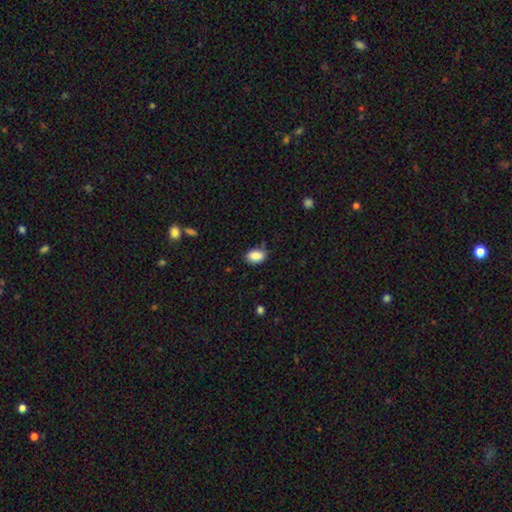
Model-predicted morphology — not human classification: Smooth or featured? Predicted: smooth (p=0.88). How rounded? Predicted: in between (p=0.86). Merging? Predicted: none (p=0.81).